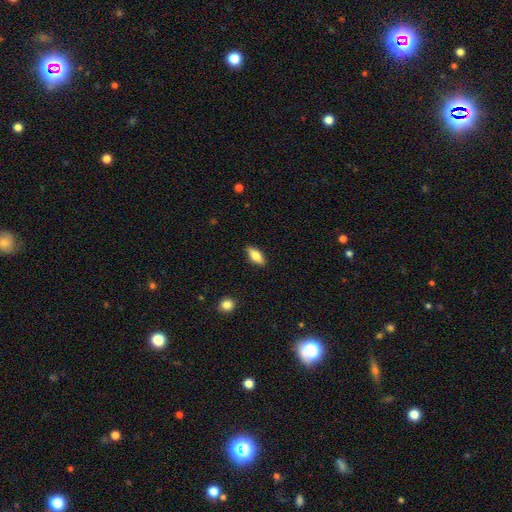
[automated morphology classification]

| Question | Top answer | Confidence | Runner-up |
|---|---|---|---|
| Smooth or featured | smooth | 73% | featured or disk (20%) |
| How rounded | in between | 79% | cigar-shaped (19%) |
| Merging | none | 88% | minor disturbance (9%) |